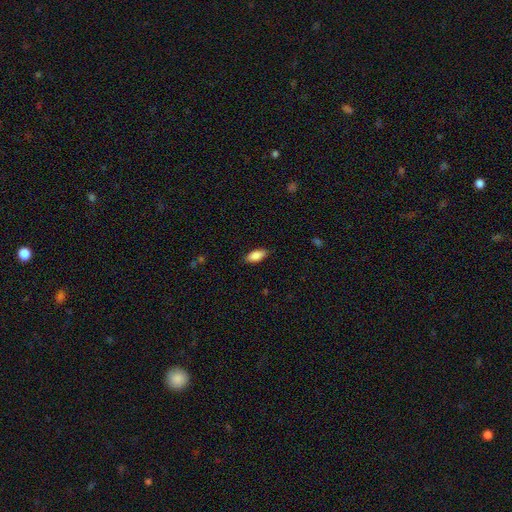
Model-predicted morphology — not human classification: Smooth or featured: smooth — 87% (featured or disk — 7%)
How rounded: in between — 86% (cigar-shaped — 11%)
Merging: none — 86% (minor disturbance — 11%)